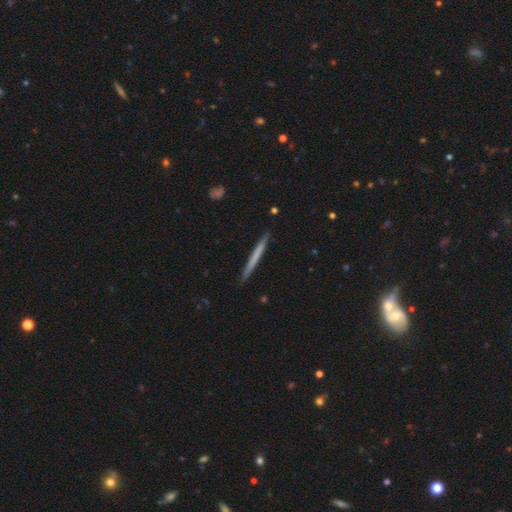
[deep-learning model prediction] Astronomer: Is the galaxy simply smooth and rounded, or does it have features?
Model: smooth — 55% (runner-up: featured or disk, 39%).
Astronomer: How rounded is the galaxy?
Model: cigar-shaped — 97%.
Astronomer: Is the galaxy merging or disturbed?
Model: none — 91%.